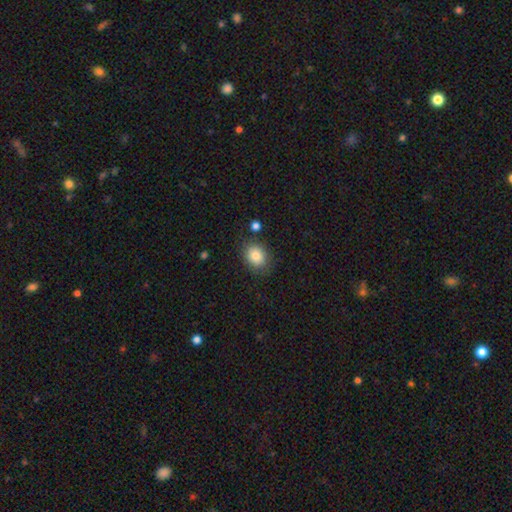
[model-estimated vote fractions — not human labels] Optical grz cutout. It shows a smooth galaxy with no disk features (82%) that is in between round and cigar-shaped (55%). Merging: none (79%).